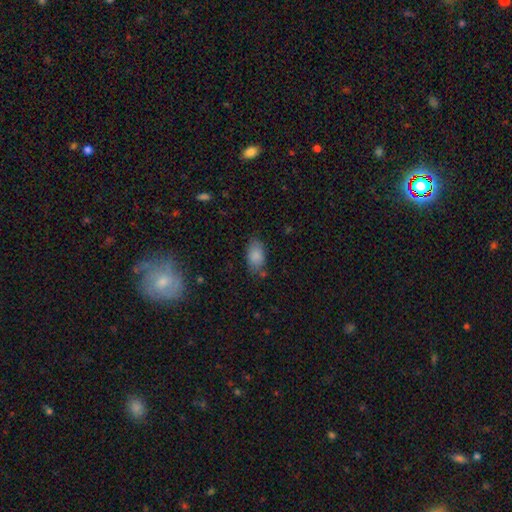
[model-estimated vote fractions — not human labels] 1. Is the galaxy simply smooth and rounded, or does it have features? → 86% smooth, 8% star or artifact, 6% featured or disk.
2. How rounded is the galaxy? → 92% in between, 6% round, 2% cigar-shaped.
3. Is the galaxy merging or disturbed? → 72% none, 19% minor disturbance, 5% major disturbance, 3% merger.